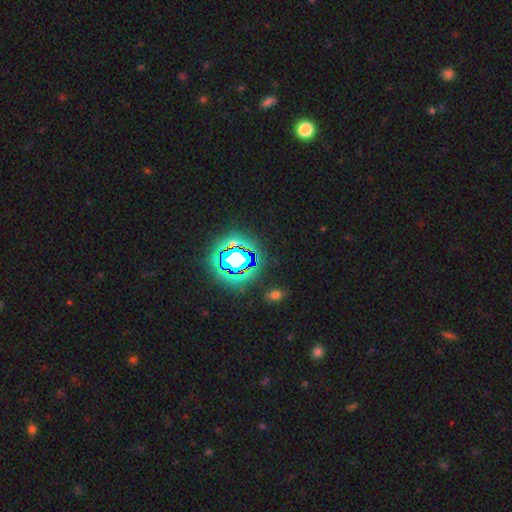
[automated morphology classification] Overall: star or artifact (82%).